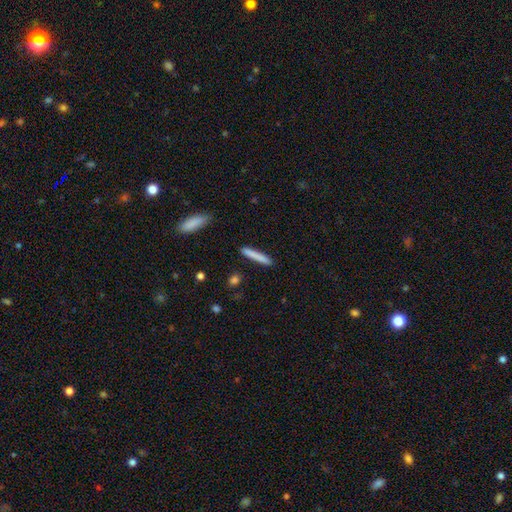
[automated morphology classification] Smooth or featured? Predicted: smooth (p=0.80). How rounded? Predicted: cigar-shaped (p=0.95). Merging? Predicted: none (p=0.90).